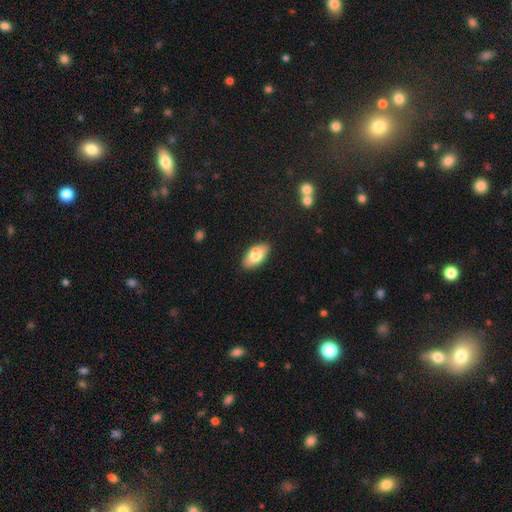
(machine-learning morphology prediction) This is likely a smooth galaxy (76%). How rounded: clearly in between (93%). Merging: clearly none (86%).